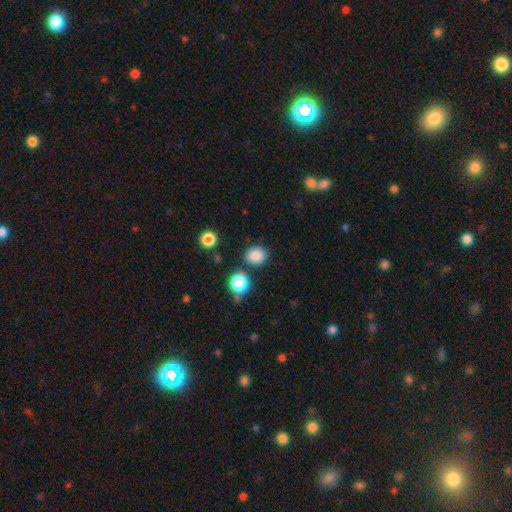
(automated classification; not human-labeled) Smooth or featured: smooth — 84% (star or artifact — 11%)
How rounded: round — 63% (in between — 36%)
Merging: none — 78% (minor disturbance — 11%)